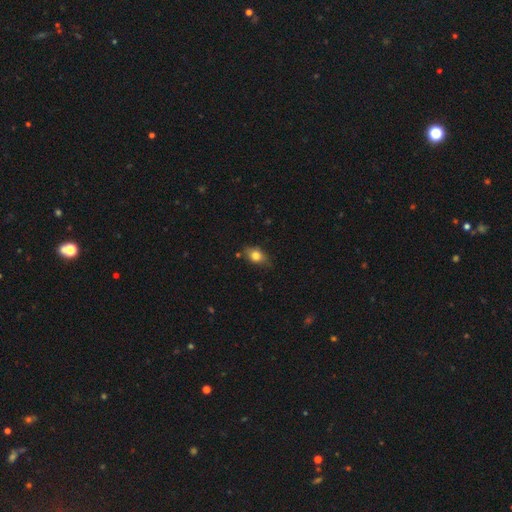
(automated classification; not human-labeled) Smooth or featured?
  - smooth: 77% *
  - featured or disk: 13%
  - star or artifact: 9%
How rounded?
  - in between: 72% *
  - round: 24%
  - cigar-shaped: 4%
Merging?
  - none: 73% *
  - minor disturbance: 21%
  - major disturbance: 3%
  - merger: 2%